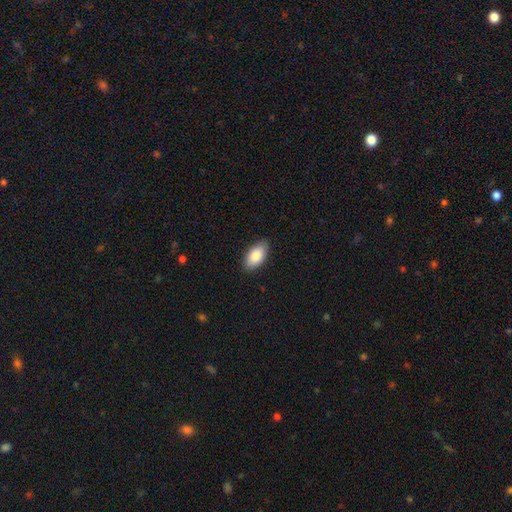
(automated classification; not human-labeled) This appears to be a smooth galaxy with no disk features (86%) that is in between round and cigar-shaped (94%). Merging: none (88%).